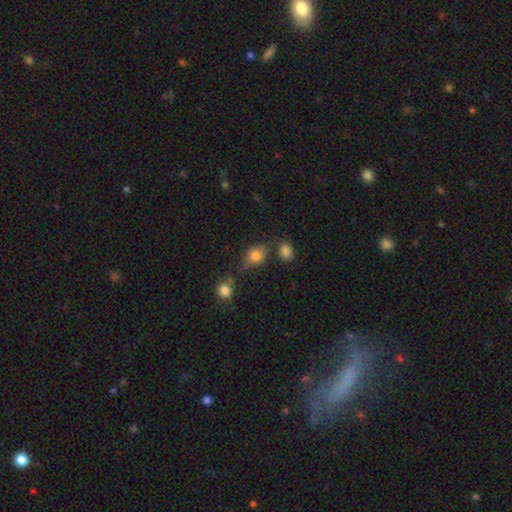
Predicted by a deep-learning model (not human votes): smooth-or-featured: smooth: 74% | featured or disk: 14% | star or artifact: 12%
  how-rounded: in between: 57% | round: 40% | cigar-shaped: 3%
  merging: none: 56% | minor disturbance: 20% | merger: 15% | major disturbance: 9%